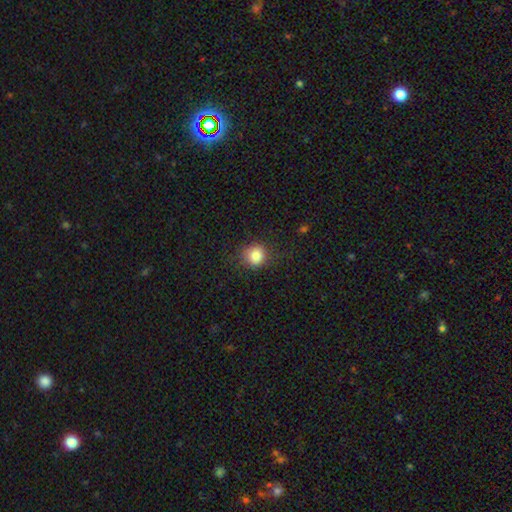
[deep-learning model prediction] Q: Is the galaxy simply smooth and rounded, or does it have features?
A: smooth — 84%.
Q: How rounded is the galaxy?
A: round — 81%.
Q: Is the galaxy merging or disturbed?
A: none — 78%.